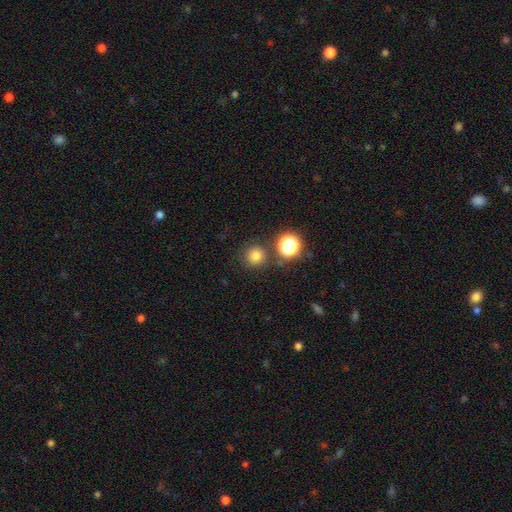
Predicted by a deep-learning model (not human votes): smooth_or_featured: smooth (p=0.76) [alt: star or artifact p=0.17]
how_rounded: round (p=0.94) [alt: in between p=0.05]
merging: none (p=0.83) [alt: minor disturbance p=0.08]